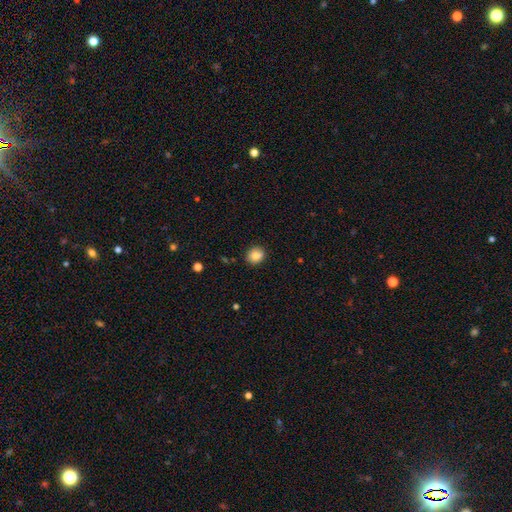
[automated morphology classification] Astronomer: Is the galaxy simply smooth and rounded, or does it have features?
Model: smooth — 86%.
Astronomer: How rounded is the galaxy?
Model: round — 72%.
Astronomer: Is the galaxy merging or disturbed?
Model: none — 87%.